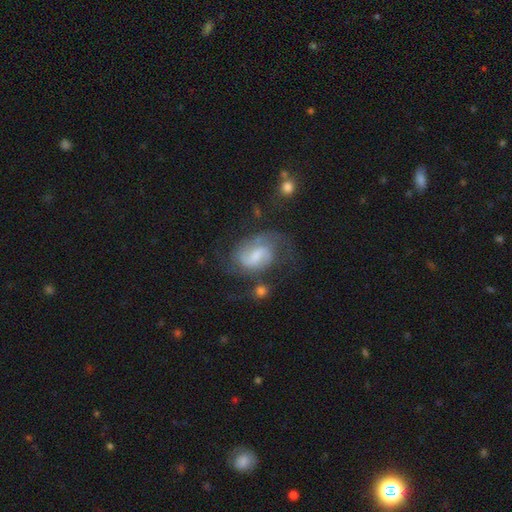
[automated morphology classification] smooth_or_featured: featured or disk (p=0.73) [alt: smooth p=0.20]
disk_edge_on: no (p=0.97) [alt: yes p=0.03]
bar: weak (p=0.57) [alt: no p=0.26]
has_spiral_arms: yes (p=0.90) [alt: no p=0.10]
spiral_winding: medium (p=0.49) [alt: tight p=0.27]
spiral_arm_count: 2 (p=0.66) [alt: can't tell p=0.16]
bulge_size: moderate (p=0.40) [alt: small p=0.39]
merging: none (p=0.48) [alt: major disturbance p=0.23]